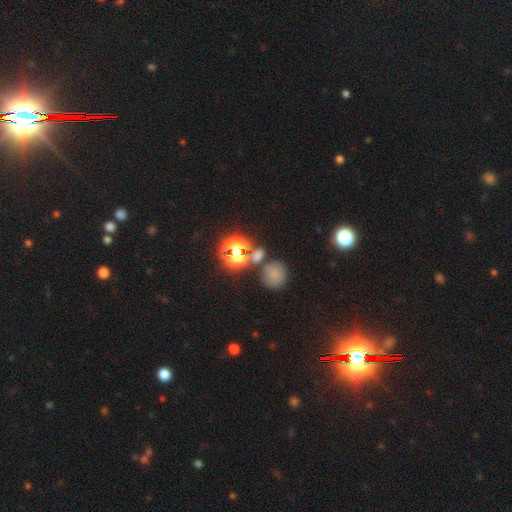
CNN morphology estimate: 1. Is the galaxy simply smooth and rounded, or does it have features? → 51% star or artifact, 41% smooth, 8% featured or disk.